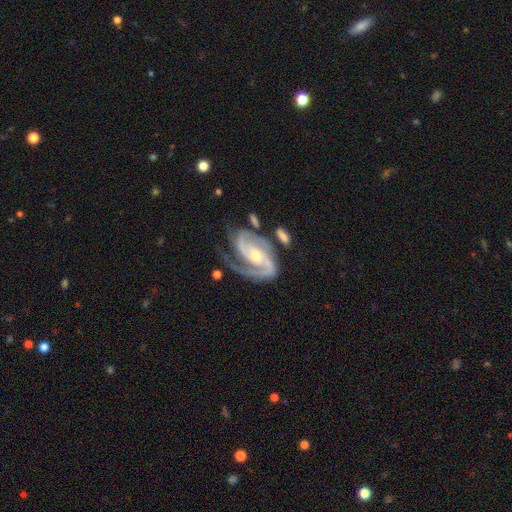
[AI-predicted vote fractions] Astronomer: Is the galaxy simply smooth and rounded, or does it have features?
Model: featured or disk — 92%.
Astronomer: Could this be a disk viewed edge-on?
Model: no — 97%.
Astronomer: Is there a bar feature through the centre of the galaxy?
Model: weak — 37% (runner-up: no, 35%).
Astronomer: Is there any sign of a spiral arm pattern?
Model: yes — 98%.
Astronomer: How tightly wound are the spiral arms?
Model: tight — 46% (runner-up: medium, 45%).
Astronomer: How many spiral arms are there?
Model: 2 — 65%.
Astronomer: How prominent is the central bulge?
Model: moderate — 50% (runner-up: small, 46%).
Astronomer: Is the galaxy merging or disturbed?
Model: none — 53%.